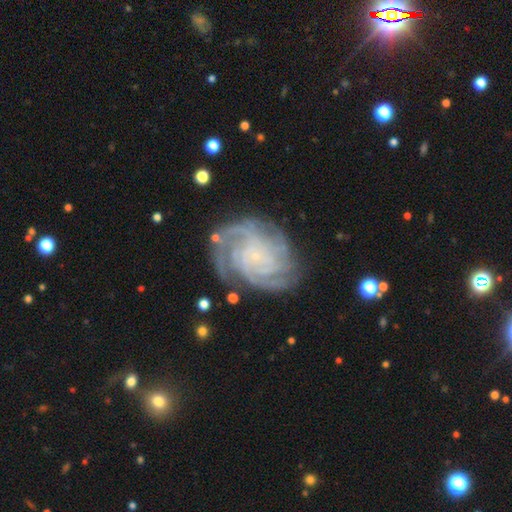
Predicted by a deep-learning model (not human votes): The model was most divided on "spiral arm count": 4: 28%, 3: 23%, can't tell: 18%, 2: 12%, more than 4: 11%, 1: 8%. More confident: spiral arms — yes (98%); edge-on disk — no (98%); smooth or featured — featured or disk (89%); bulge size — small (83%); bar — no (75%); spiral winding — tight (74%); merging — none (73%).